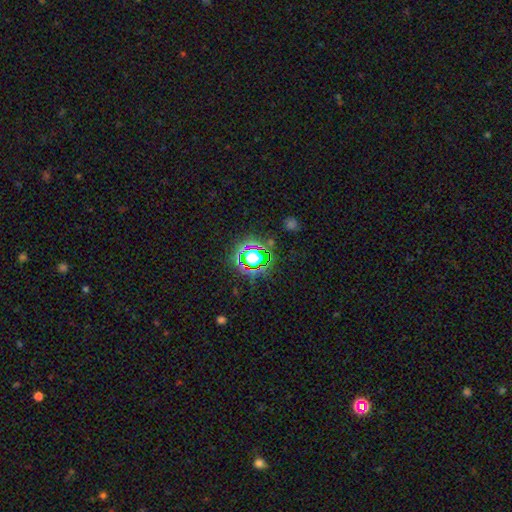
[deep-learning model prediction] Smooth or featured? star or artifact (65%)